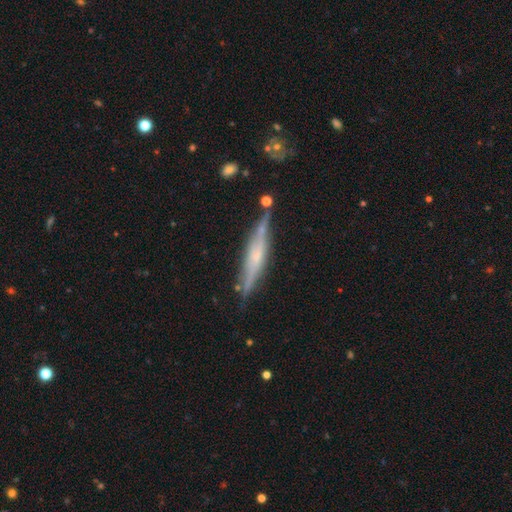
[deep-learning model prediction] smooth-or-featured: featured or disk: 68% | smooth: 25% | star or artifact: 7%
  disk-edge-on: yes: 93% | no: 7%
    edge-on-bulge: rounded: 54% | none: 28% | boxy: 18%
  merging: none: 77% | minor disturbance: 16% | merger: 4% | major disturbance: 3%